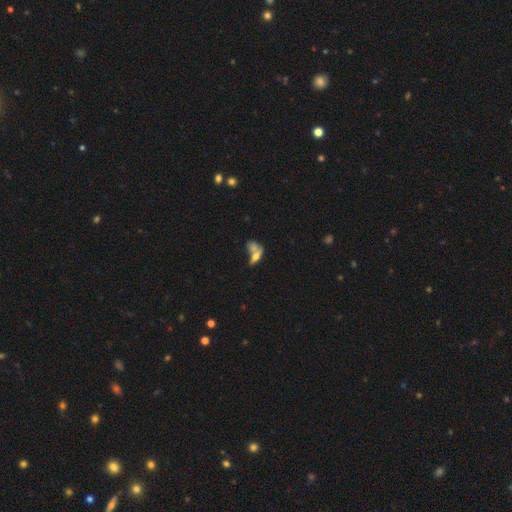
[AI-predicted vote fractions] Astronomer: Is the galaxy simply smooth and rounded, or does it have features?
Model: smooth — 56% (runner-up: featured or disk, 33%).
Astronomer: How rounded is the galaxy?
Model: in between — 68%.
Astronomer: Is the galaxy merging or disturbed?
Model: merger — 53%.